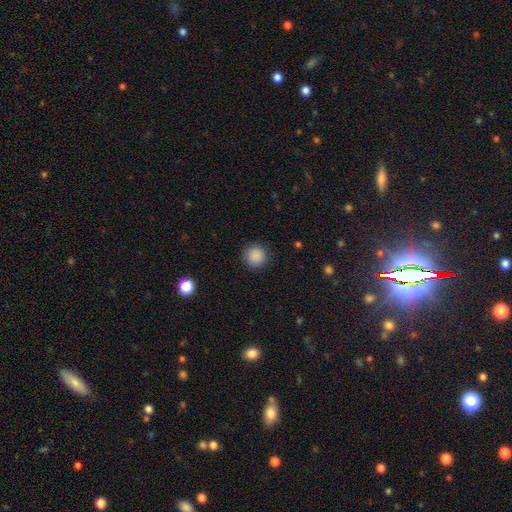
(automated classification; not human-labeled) A smooth galaxy with no disk features (88%) that is round (95%). Merging: none (91%).